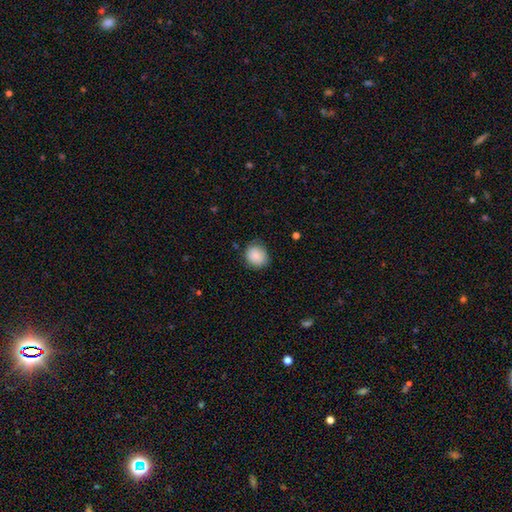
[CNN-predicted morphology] A smooth galaxy with no disk features (86%) that is round (74%).

Vote fractions:
- Smooth or featured? smooth: 86% / star or artifact: 8% / featured or disk: 7%
- How rounded? round: 74% / in between: 25% / cigar-shaped: 1%
- Merging? none: 73% / minor disturbance: 21% / major disturbance: 5% / merger: 1%